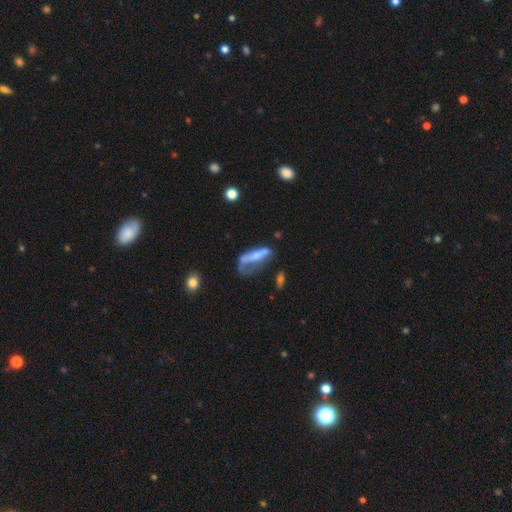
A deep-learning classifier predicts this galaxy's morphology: A smooth galaxy with no disk features (51%) that is cigar-shaped (55%). Merging: major disturbance (39%).